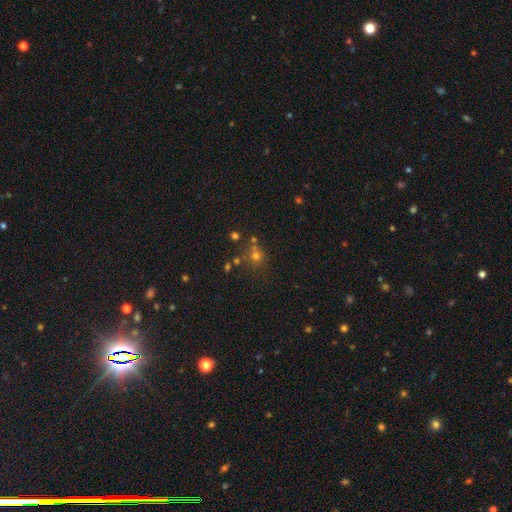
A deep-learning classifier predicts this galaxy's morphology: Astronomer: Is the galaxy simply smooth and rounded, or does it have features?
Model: smooth — 56% (runner-up: star or artifact, 32%).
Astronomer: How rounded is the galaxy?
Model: round — 85%.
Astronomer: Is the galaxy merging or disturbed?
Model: none — 64%.